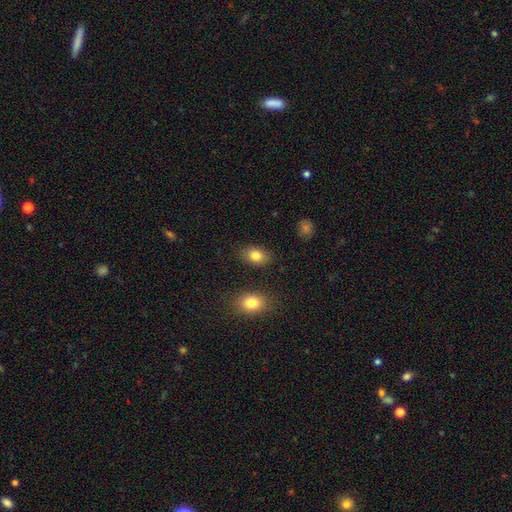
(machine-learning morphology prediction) smooth_or_featured: smooth (p=0.84) [alt: star or artifact p=0.09]
how_rounded: in between (p=0.82) [alt: round p=0.17]
merging: none (p=0.84) [alt: minor disturbance p=0.11]